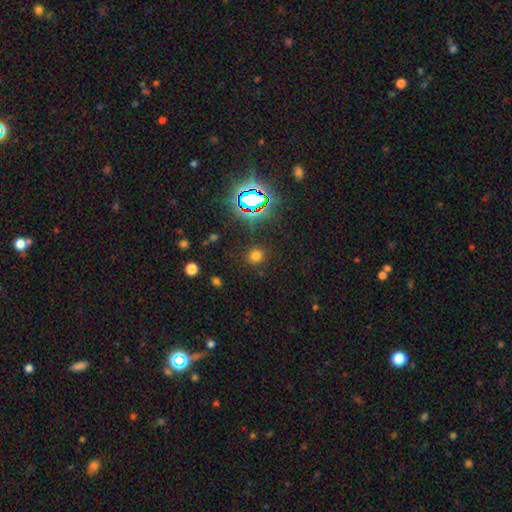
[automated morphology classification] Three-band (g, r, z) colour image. It shows a smooth galaxy with no disk features (67%) that is round (89%). Merging: none (87%).